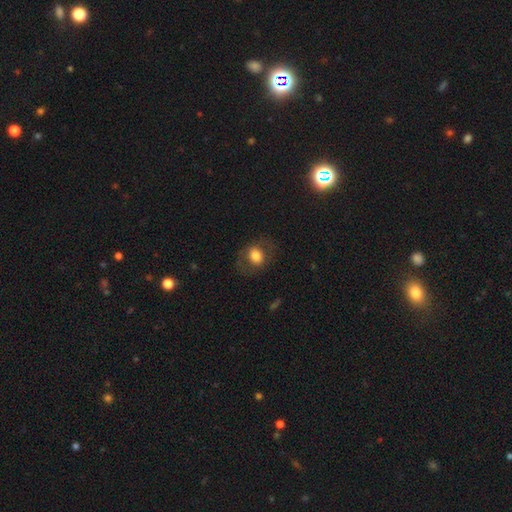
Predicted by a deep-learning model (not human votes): smooth_or_featured: smooth (p=0.71) [alt: featured or disk p=0.21]
how_rounded: in between (p=0.52) [alt: round p=0.47]
merging: none (p=0.73) [alt: minor disturbance p=0.15]